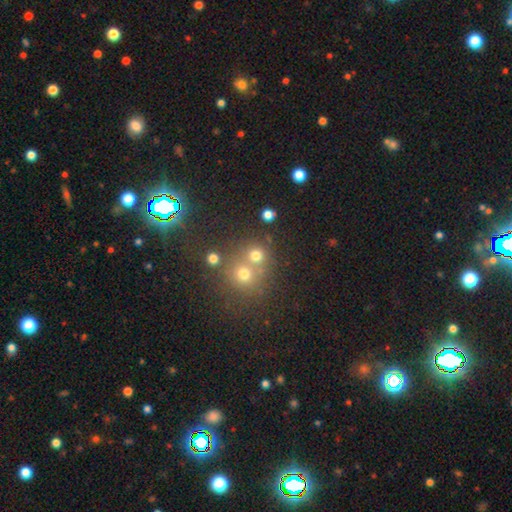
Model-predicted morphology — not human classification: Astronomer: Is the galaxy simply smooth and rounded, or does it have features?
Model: smooth — 70%.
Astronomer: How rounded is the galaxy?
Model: round — 87%.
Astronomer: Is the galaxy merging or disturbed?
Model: none — 56% (runner-up: merger, 34%).